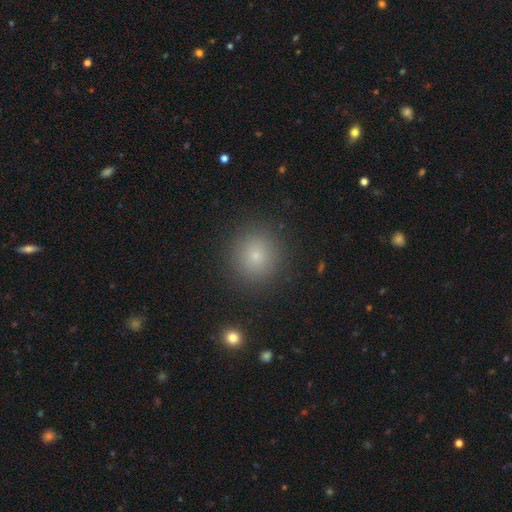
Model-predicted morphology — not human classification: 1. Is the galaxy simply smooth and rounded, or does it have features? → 77% smooth, 15% star or artifact, 8% featured or disk.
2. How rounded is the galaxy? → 92% round, 7% in between, 1% cigar-shaped.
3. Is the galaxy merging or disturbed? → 90% none, 6% minor disturbance, 3% major disturbance, 1% merger.